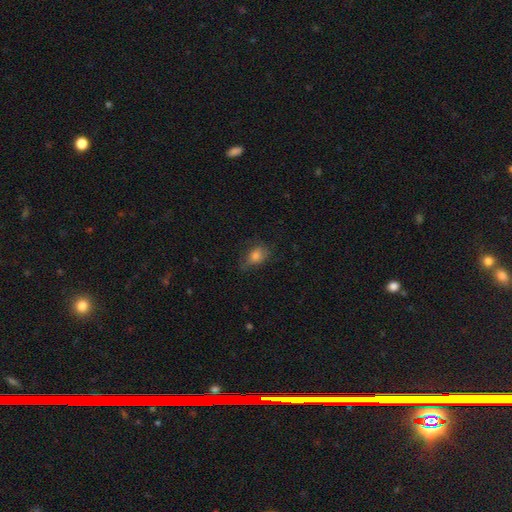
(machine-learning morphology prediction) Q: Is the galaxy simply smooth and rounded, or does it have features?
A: smooth — 72%.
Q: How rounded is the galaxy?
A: in between — 75%.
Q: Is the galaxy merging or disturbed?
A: none — 59%.